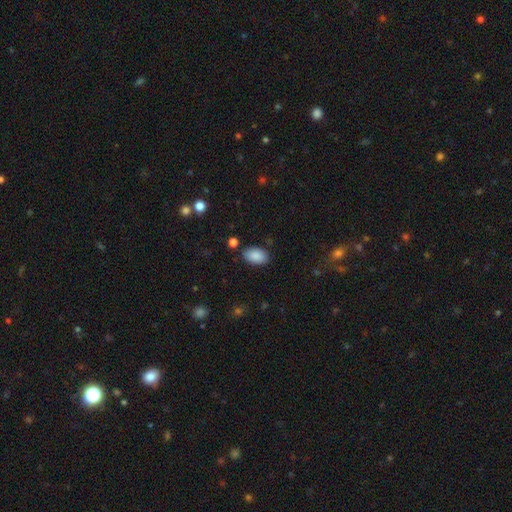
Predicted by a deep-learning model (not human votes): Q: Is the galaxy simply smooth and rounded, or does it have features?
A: smooth — 89%.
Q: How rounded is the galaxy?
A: in between — 93%.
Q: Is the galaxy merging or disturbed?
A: none — 85%.